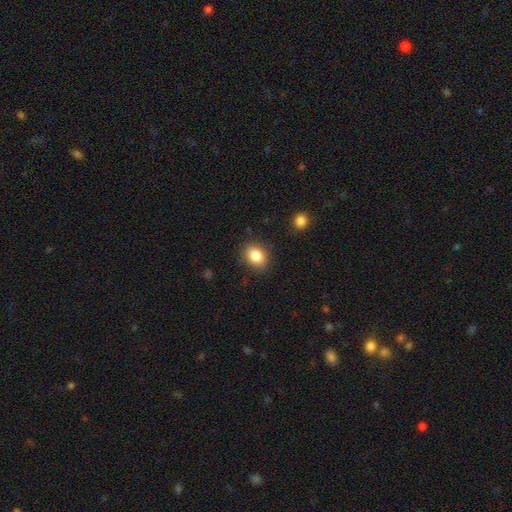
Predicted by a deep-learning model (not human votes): A smooth galaxy with no disk features (84%) that is in between round and cigar-shaped (57%). Merging: none (85%).